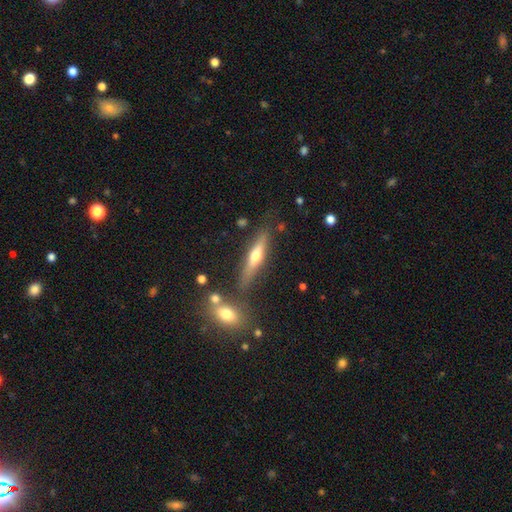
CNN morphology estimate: Smooth or featured? Predicted: featured or disk (p=0.56). Edge-on disk? Predicted: yes (p=0.93). Edge-on bulge? Predicted: rounded (p=0.90). Merging? Predicted: none (p=0.77).